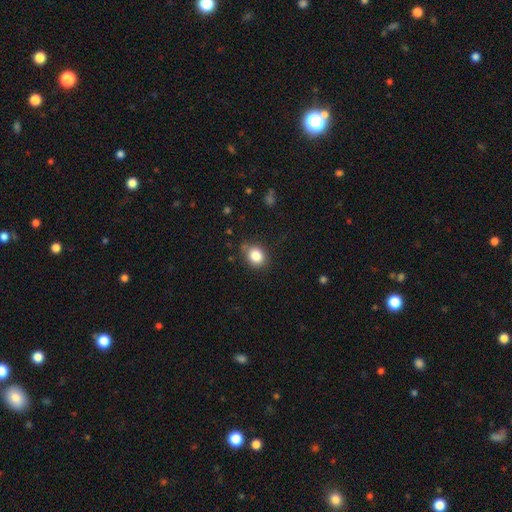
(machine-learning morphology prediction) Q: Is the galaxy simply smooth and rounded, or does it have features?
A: smooth — 83%.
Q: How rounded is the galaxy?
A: round — 65%.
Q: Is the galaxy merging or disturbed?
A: none — 77%.